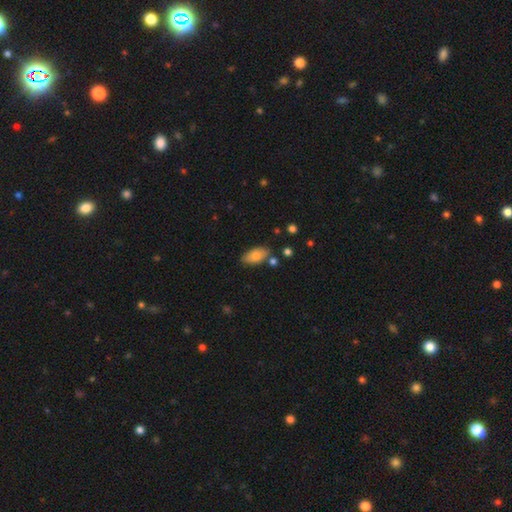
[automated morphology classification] This is likely a smooth galaxy (76%). How rounded: clearly in between (92%). Merging: likely none (78%).